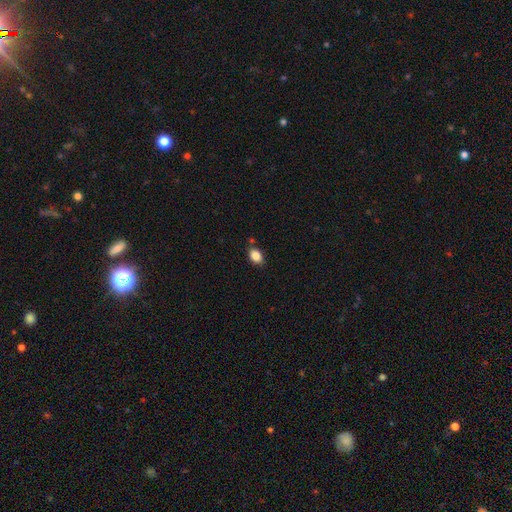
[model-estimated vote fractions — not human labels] Q: Smooth or featured?
A: smooth (87%); runner-up: star or artifact (9%)
Q: How rounded?
A: in between (78%); runner-up: round (20%)
Q: Merging?
A: none (81%); runner-up: minor disturbance (12%)